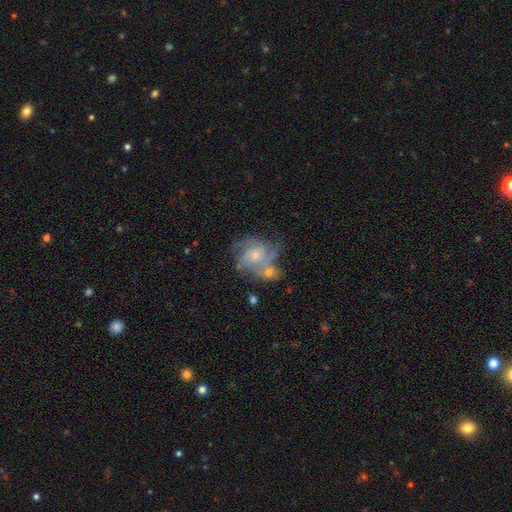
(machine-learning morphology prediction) Smooth or featured? Predicted: featured or disk (p=0.76). Edge-on disk? Predicted: no (p=0.98). Bar? Predicted: no (p=0.71). Spiral arms? Predicted: yes (p=0.90). Spiral winding? Predicted: medium (p=0.48). Spiral arm count? Predicted: 3 (p=0.32). Bulge size? Predicted: small (p=0.61). Merging? Predicted: none (p=0.37).